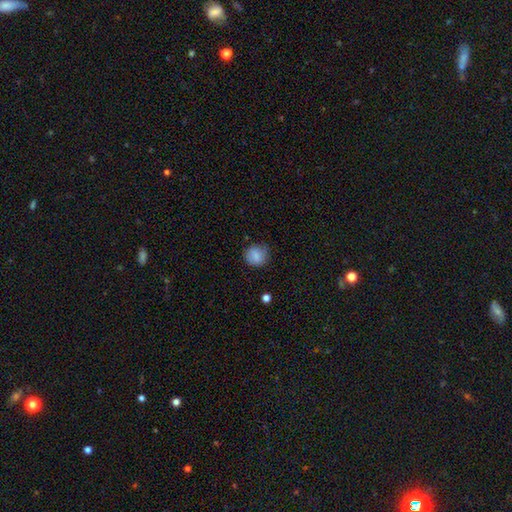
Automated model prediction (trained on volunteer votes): This is clearly a smooth galaxy (83%). How rounded: clearly round (86%). Merging: likely none (77%).